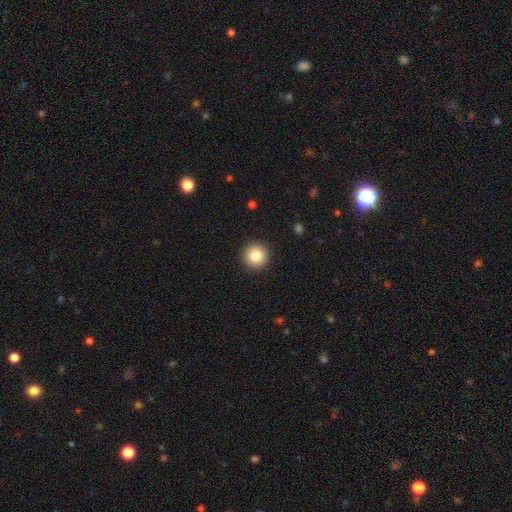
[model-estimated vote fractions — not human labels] smooth-or-featured: smooth: 85% | star or artifact: 9% | featured or disk: 6%
  how-rounded: round: 95% | in between: 4% | cigar-shaped: 1%
  merging: none: 92% | minor disturbance: 5% | major disturbance: 2% | merger: 1%